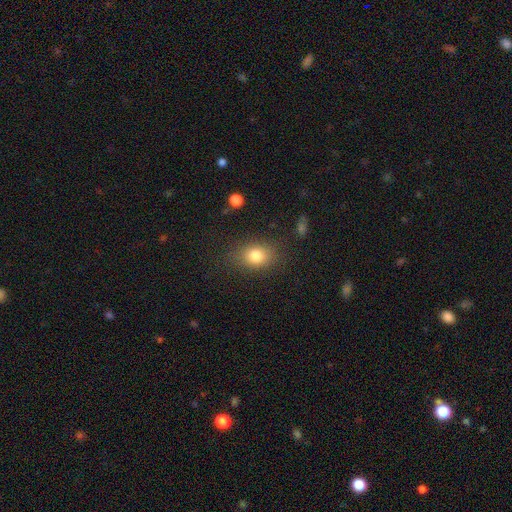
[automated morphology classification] Smooth or featured?
  - smooth: 80% *
  - star or artifact: 11%
  - featured or disk: 9%
How rounded?
  - in between: 62% *
  - round: 36%
  - cigar-shaped: 1%
Merging?
  - none: 81% *
  - minor disturbance: 13%
  - major disturbance: 5%
  - merger: 2%